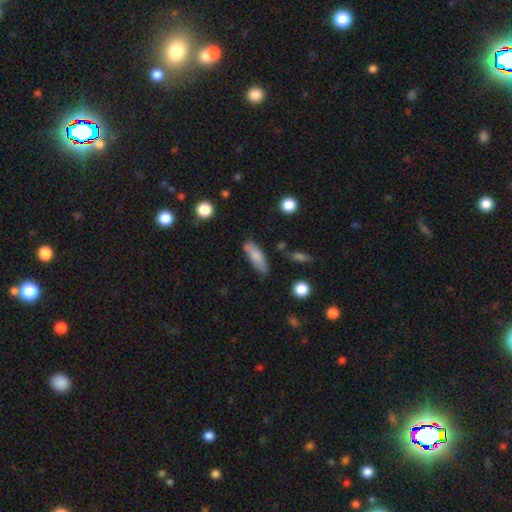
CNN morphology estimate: Smooth or featured?
  - smooth: 76% *
  - featured or disk: 18%
  - star or artifact: 7%
How rounded?
  - in between: 59% *
  - cigar-shaped: 39%
  - round: 2%
Merging?
  - none: 68% *
  - minor disturbance: 22%
  - merger: 6%
  - major disturbance: 5%